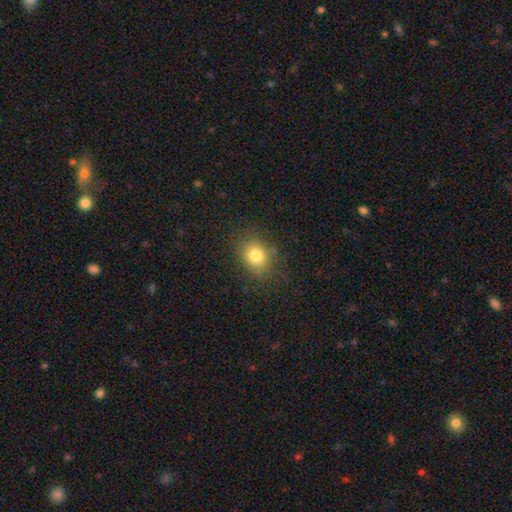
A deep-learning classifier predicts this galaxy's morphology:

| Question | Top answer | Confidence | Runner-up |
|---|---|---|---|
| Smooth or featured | smooth | 78% | star or artifact (13%) |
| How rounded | round | 57% | in between (42%) |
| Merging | none | 82% | minor disturbance (12%) |